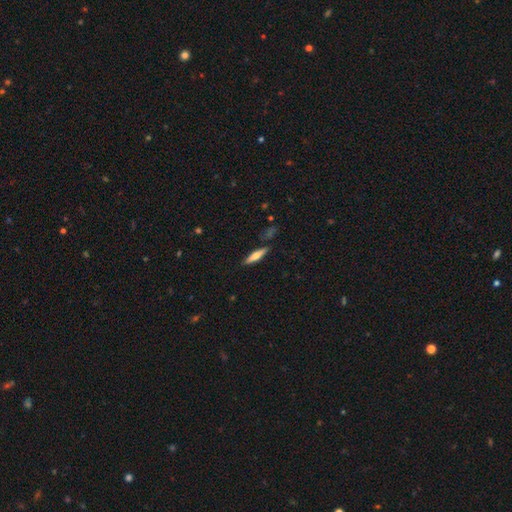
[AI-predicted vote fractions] smooth_or_featured: smooth (p=0.56) [alt: featured or disk p=0.38]
how_rounded: cigar-shaped (p=0.81) [alt: in between p=0.17]
merging: none (p=0.84) [alt: minor disturbance p=0.11]